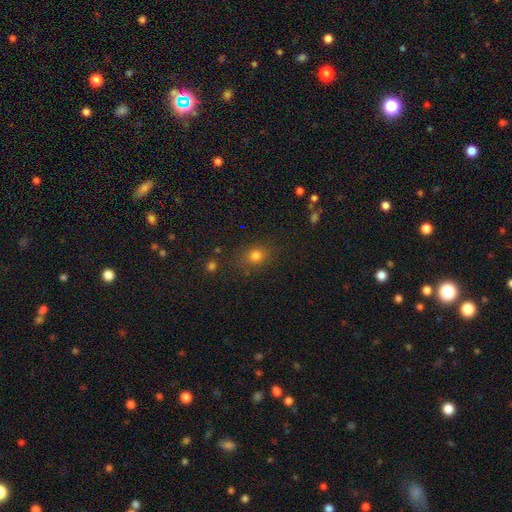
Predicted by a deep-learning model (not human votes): smooth_or_featured: smooth (p=0.76) [alt: star or artifact p=0.16]
how_rounded: round (p=0.53) [alt: in between p=0.46]
merging: none (p=0.81) [alt: minor disturbance p=0.12]